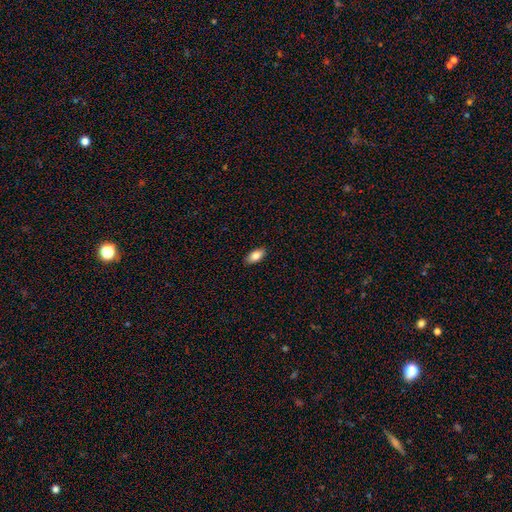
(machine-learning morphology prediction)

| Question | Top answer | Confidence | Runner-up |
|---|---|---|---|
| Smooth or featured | smooth | 84% | featured or disk (9%) |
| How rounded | in between | 91% | cigar-shaped (6%) |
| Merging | none | 89% | minor disturbance (8%) |